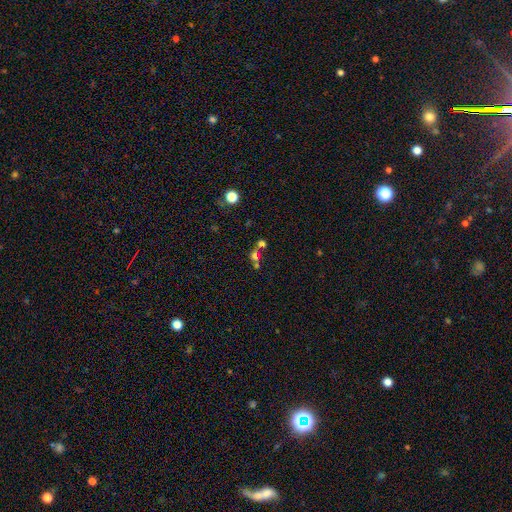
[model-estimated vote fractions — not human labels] The model was most divided on "merging": merger: 53%, none: 35%, minor disturbance: 7%, major disturbance: 5%. More confident: how rounded — round (71%); smooth or featured — smooth (60%).